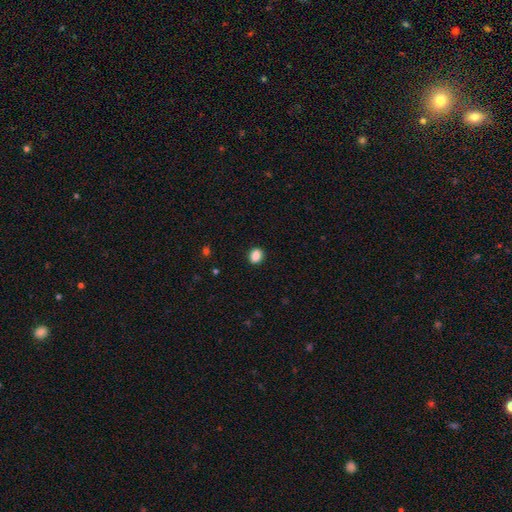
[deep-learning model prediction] This appears to be a smooth galaxy with no disk features (88%) that is in between round and cigar-shaped (54%). Merging: none (89%).